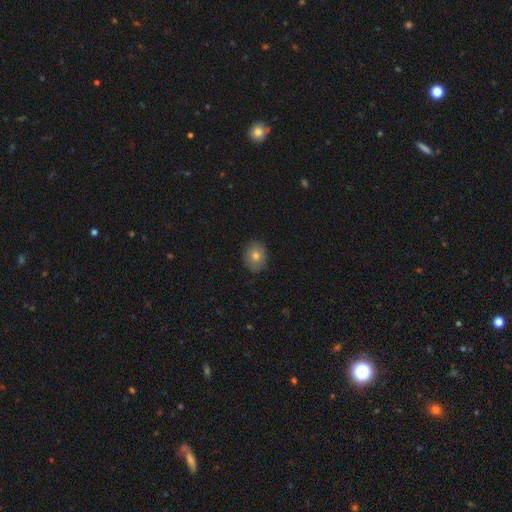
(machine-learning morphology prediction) smooth 76%, featured or disk 13%, star or artifact 10%. Down the decision tree: how rounded — round (58%); merging — none (86%).